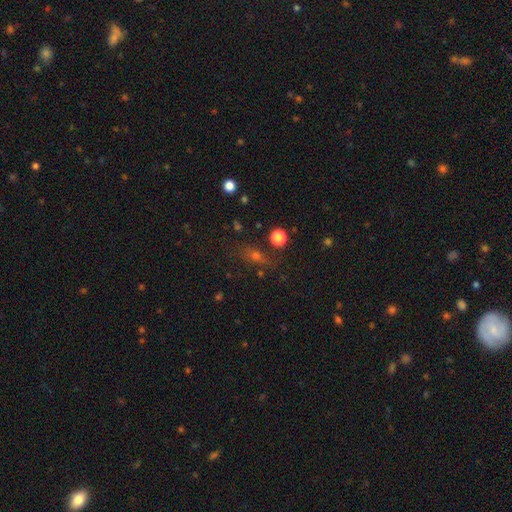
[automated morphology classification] A smooth galaxy with no disk features (48%).

Vote fractions:
- Smooth or featured? smooth: 48% / star or artifact: 32% / featured or disk: 20%
- Merging? none: 71% / minor disturbance: 16% / major disturbance: 8% / merger: 5%